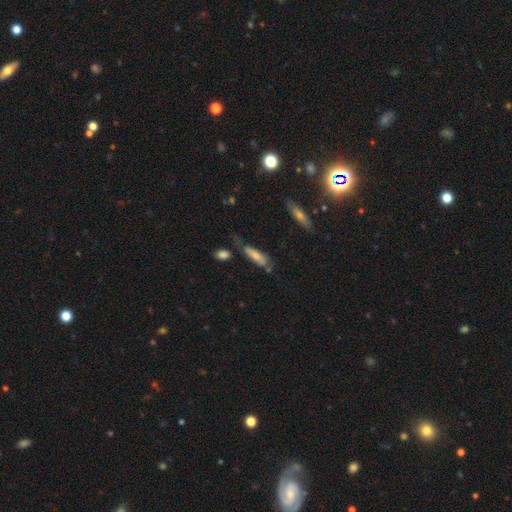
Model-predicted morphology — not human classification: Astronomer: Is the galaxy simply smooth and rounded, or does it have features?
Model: smooth — 69%.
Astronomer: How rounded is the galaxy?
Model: cigar-shaped — 57% (runner-up: in between, 41%).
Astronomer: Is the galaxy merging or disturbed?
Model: none — 48% (runner-up: minor disturbance, 29%).